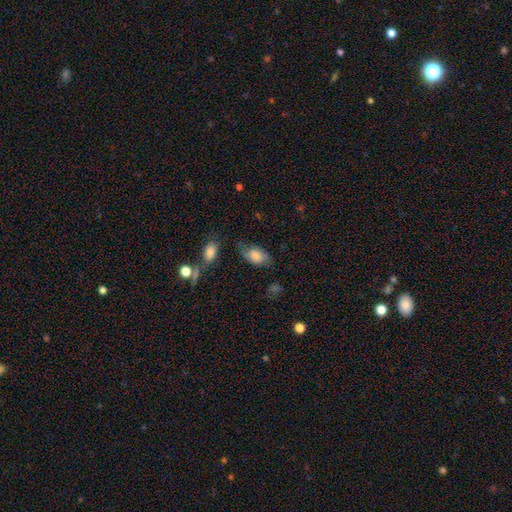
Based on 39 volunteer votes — This is likely a smooth galaxy (72%). How rounded: clearly in between (89%). Merging: likely none (67%).